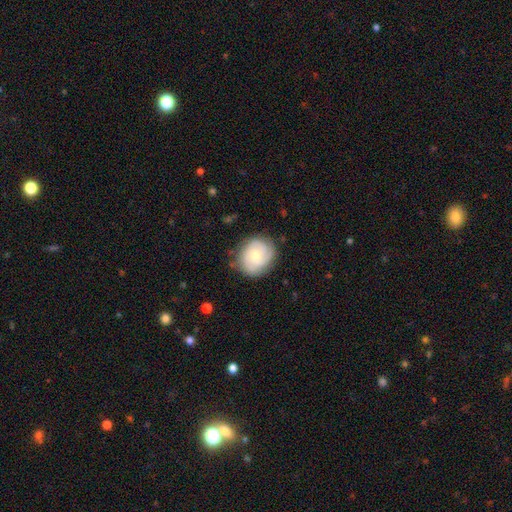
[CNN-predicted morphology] Smooth or featured: featured or disk — 67% (smooth — 27%)
Edge-on disk: no — 97% (yes — 3%)
Bar: no — 70% (weak — 26%)
Spiral arms: yes — 91% (no — 9%)
Spiral winding: tight — 60% (medium — 32%)
Spiral arm count: 2 — 33% (3 — 27%)
Bulge size: moderate — 55% (small — 41%)
Merging: none — 76% (minor disturbance — 17%)